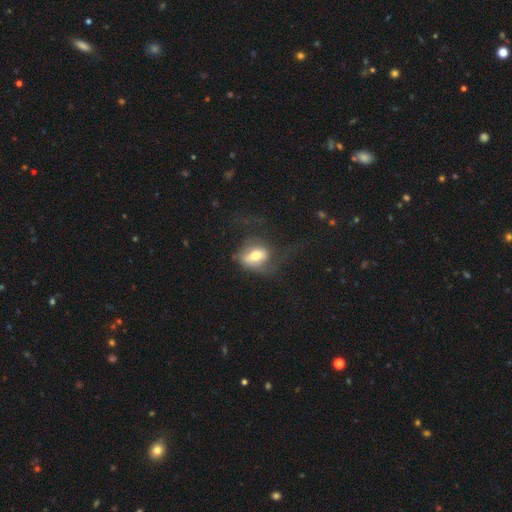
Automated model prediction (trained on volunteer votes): Smooth or featured? smooth (55%)
How rounded? in between (60%)
Merging? major disturbance (42%)